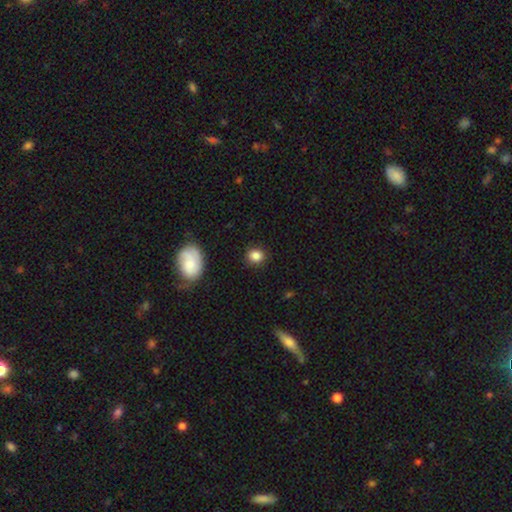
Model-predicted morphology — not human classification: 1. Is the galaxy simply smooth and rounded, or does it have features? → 85% smooth, 9% star or artifact, 6% featured or disk.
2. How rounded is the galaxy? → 74% round, 25% in between, 1% cigar-shaped.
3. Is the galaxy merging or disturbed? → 85% none, 10% minor disturbance, 3% major disturbance, 2% merger.